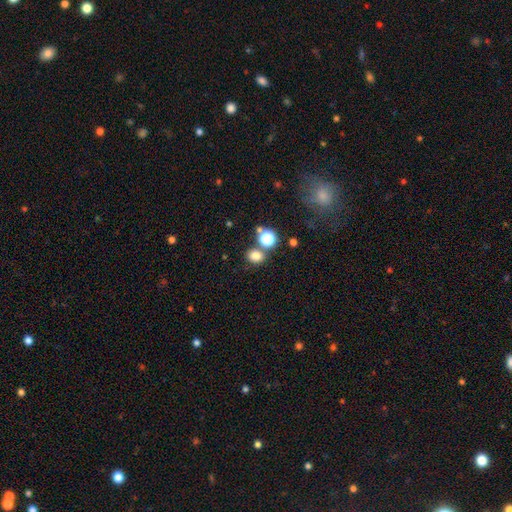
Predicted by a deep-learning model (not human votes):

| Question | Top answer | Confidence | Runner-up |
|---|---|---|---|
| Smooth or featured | smooth | 77% | star or artifact (17%) |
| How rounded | round | 61% | in between (38%) |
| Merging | none | 71% | merger (16%) |